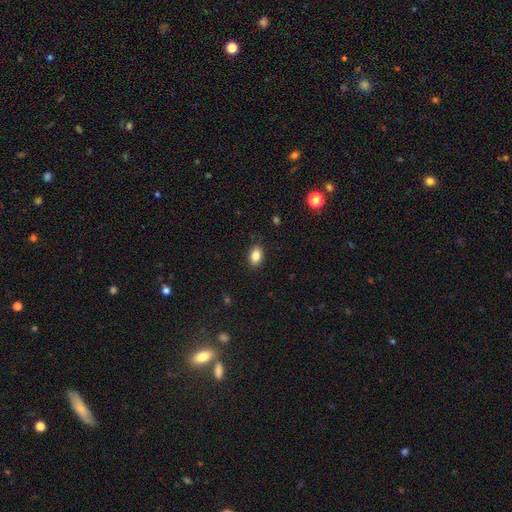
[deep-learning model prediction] This appears to be a smooth galaxy with no disk features (86%) that is in between round and cigar-shaped (80%). Merging: none (88%).